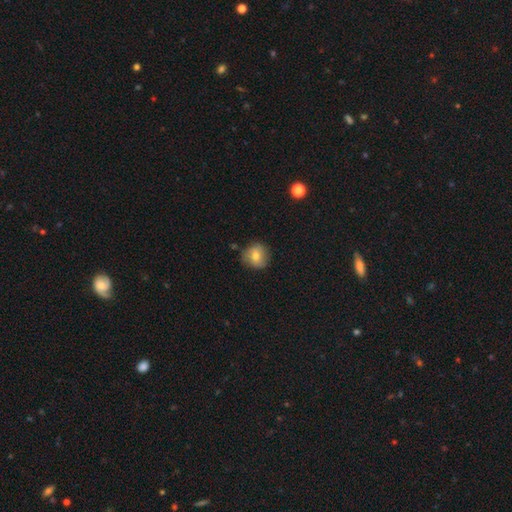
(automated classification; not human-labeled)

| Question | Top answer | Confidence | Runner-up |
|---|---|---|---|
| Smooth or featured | smooth | 72% | featured or disk (19%) |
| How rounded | round | 88% | in between (11%) |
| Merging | none | 77% | minor disturbance (18%) |